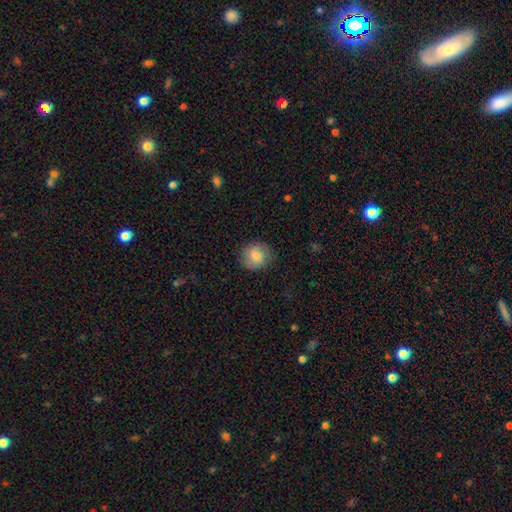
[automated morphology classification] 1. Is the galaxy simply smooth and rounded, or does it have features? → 82% smooth, 10% featured or disk, 8% star or artifact.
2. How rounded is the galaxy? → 82% round, 17% in between, 1% cigar-shaped.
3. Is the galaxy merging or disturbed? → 84% none, 12% minor disturbance, 3% major disturbance, 1% merger.